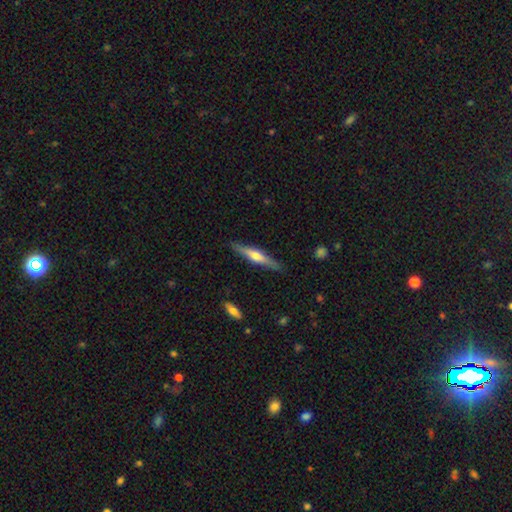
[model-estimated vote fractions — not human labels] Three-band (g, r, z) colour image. It shows a featured or disk galaxy (57%) viewed edge-on (96%) with a rounded central bulge (83%). Merging: none (88%).